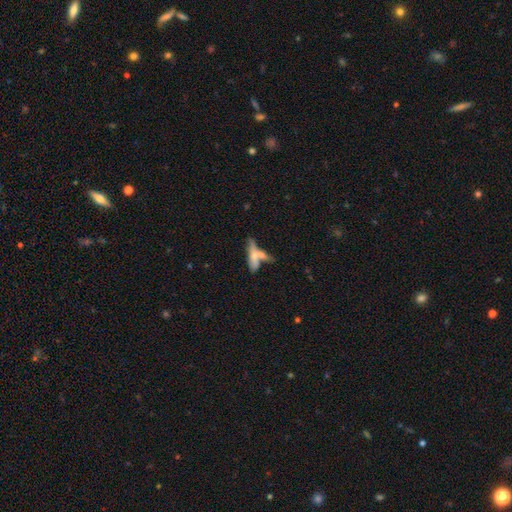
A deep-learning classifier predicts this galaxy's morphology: Smooth or featured?
  - smooth: 55% *
  - featured or disk: 36%
  - star or artifact: 10%
How rounded?
  - cigar-shaped: 60% *
  - in between: 37%
  - round: 4%
Merging?
  - merger: 48% *
  - none: 33%
  - minor disturbance: 11%
  - major disturbance: 8%